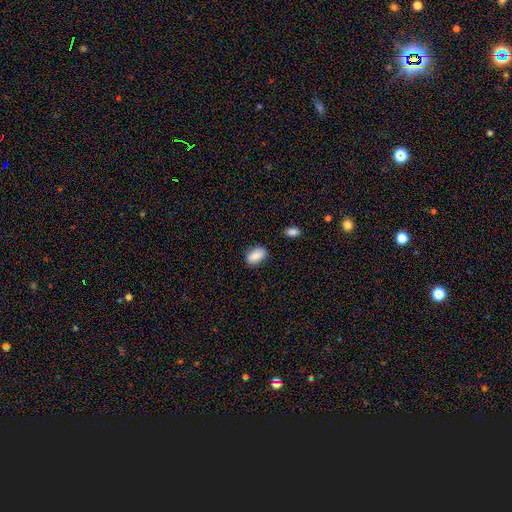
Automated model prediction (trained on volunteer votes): Smooth or featured?
  - smooth: 85% *
  - featured or disk: 7%
  - star or artifact: 7%
How rounded?
  - in between: 89% *
  - round: 10%
  - cigar-shaped: 2%
Merging?
  - none: 83% *
  - minor disturbance: 12%
  - major disturbance: 2%
  - merger: 2%